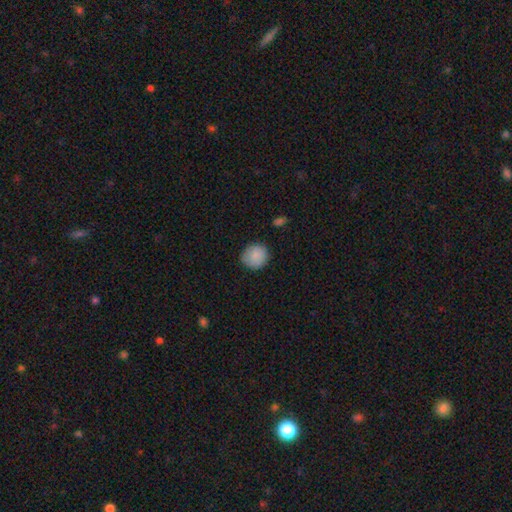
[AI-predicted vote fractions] smooth_or_featured: smooth (p=0.87) [alt: star or artifact p=0.07]
how_rounded: round (p=0.88) [alt: in between p=0.11]
merging: none (p=0.83) [alt: minor disturbance p=0.13]